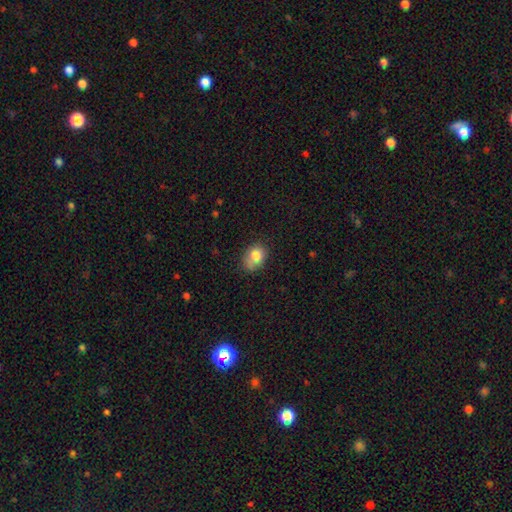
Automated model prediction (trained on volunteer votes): smooth_or_featured: smooth (p=0.79) [alt: featured or disk p=0.12]
how_rounded: in between (p=0.65) [alt: round p=0.34]
merging: none (p=0.53) [alt: minor disturbance p=0.30]